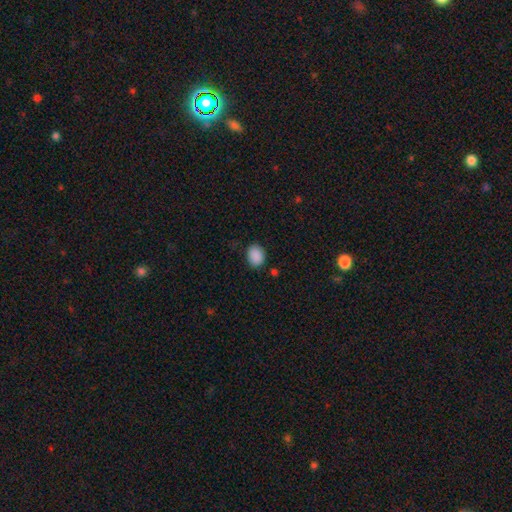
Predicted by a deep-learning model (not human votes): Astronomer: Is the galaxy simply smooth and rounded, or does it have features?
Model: smooth — 89%.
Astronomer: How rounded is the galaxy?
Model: in between — 61% (runner-up: round, 39%).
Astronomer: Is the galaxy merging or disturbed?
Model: none — 83%.